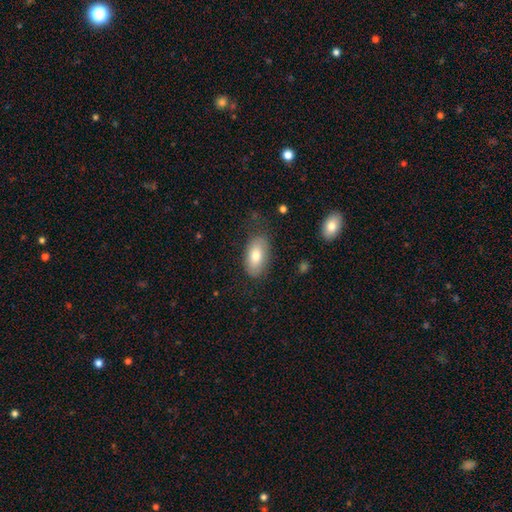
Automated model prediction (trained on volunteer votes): The model was most divided on "merging": none: 72%, minor disturbance: 19%, major disturbance: 7%, merger: 2%. More confident: how rounded — in between (93%); smooth or featured — smooth (75%).